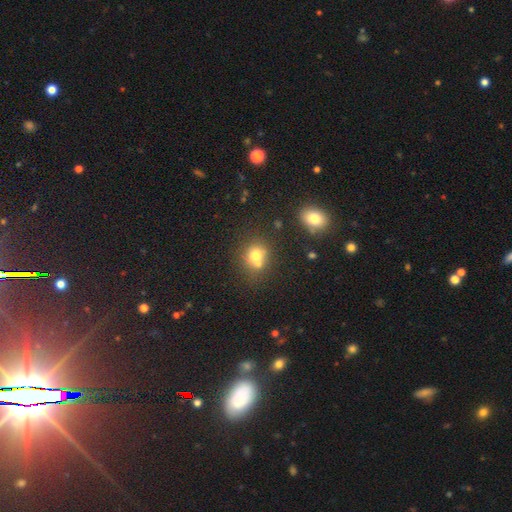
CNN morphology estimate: smooth_or_featured: smooth (p=0.73) [alt: featured or disk p=0.14]
how_rounded: round (p=0.80) [alt: in between p=0.19]
merging: none (p=0.52) [alt: merger p=0.32]